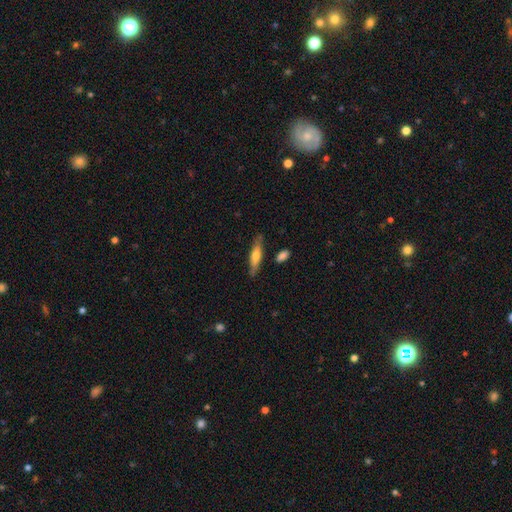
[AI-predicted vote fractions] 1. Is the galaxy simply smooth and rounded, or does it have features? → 52% smooth, 42% featured or disk, 6% star or artifact.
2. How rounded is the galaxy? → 72% cigar-shaped, 26% in between, 2% round.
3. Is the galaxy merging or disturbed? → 77% none, 16% minor disturbance, 3% major disturbance, 3% merger.